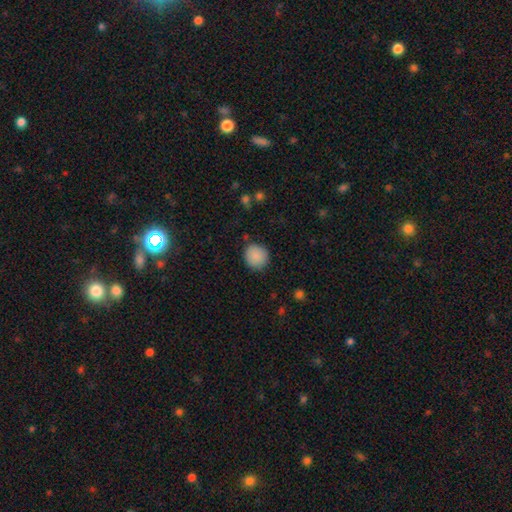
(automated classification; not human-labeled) Overall: smooth (89%). How rounded: round (90%). Merging: none (88%).